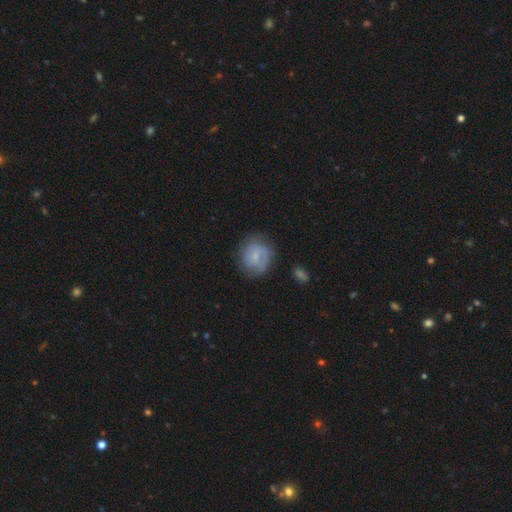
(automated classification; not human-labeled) Overall: smooth (54%; featured or disk 38%). How rounded: round (80%). Merging: none (66%).